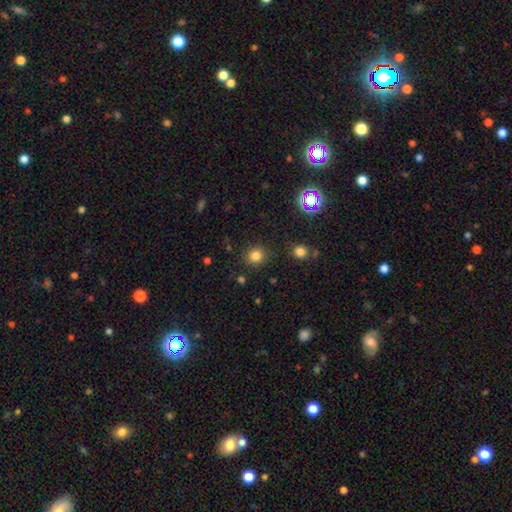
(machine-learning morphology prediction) Smooth or featured? Predicted: smooth (p=0.80). How rounded? Predicted: round (p=0.86). Merging? Predicted: none (p=0.87).